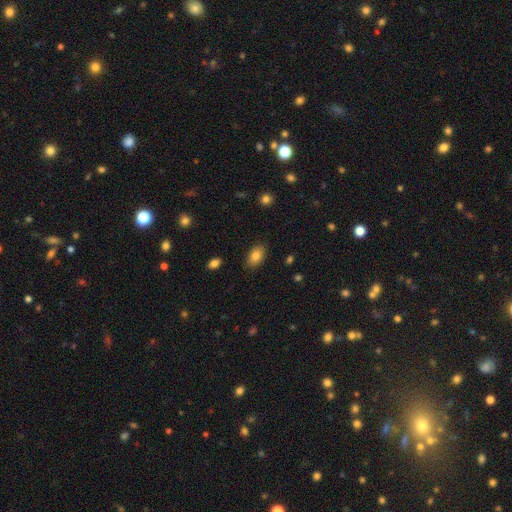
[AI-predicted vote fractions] The model was most divided on "smooth or featured": smooth: 82%, featured or disk: 9%, star or artifact: 8%. More confident: how rounded — in between (89%); merging — none (87%).